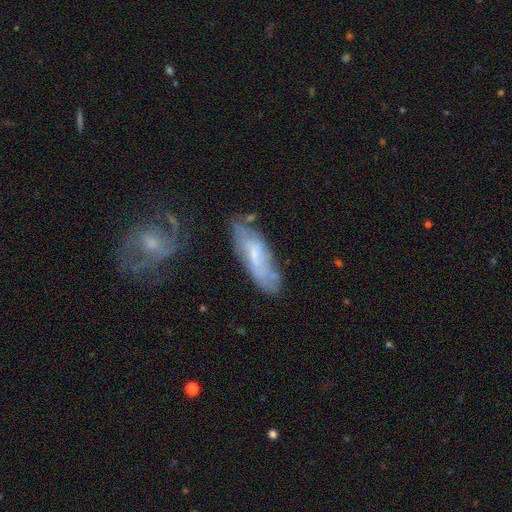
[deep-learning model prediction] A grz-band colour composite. It shows a featured or disk galaxy (48%). Merging: none (60%).